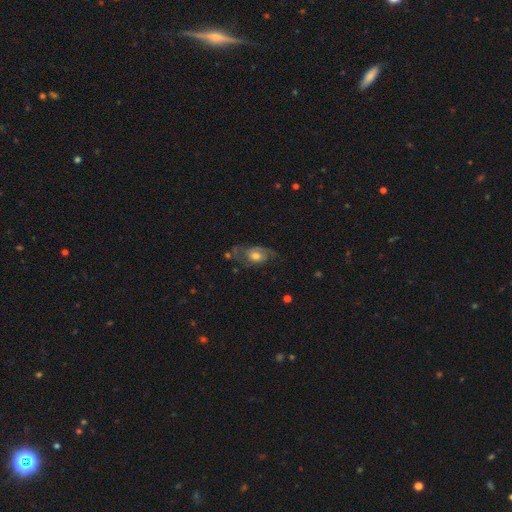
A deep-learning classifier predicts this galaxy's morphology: smooth-or-featured: featured or disk: 62% | smooth: 30% | star or artifact: 8%
  disk-edge-on: no: 93% | yes: 7%
    bar: no: 74% | weak: 22% | strong: 4%
    has-spiral-arms: yes: 79% | no: 21%
    bulge-size: moderate: 64% | large: 19% | small: 13% | none: 2% | dominant: 2%
  merging: none: 49% | minor disturbance: 25% | major disturbance: 22% | merger: 3%